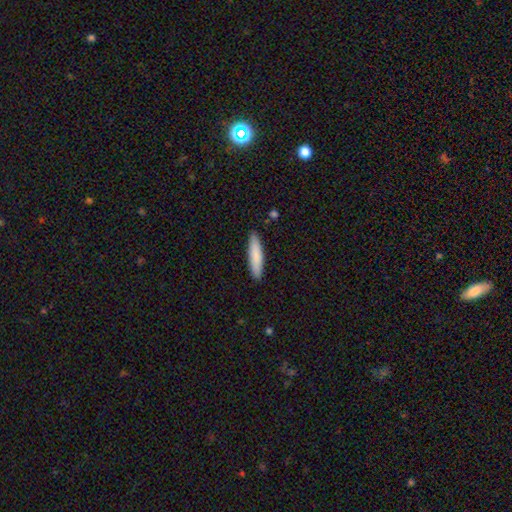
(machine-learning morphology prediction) A smooth galaxy with no disk features (84%) that is cigar-shaped (79%).

Vote fractions:
- Smooth or featured? smooth: 84% / featured or disk: 10% / star or artifact: 5%
- How rounded? cigar-shaped: 79% / in between: 20% / round: 1%
- Merging? none: 89% / minor disturbance: 8% / major disturbance: 2% / merger: 1%